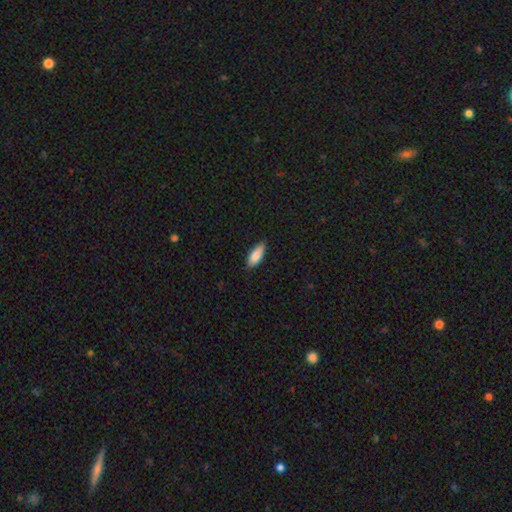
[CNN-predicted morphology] Smooth or featured? Predicted: smooth (p=0.85). How rounded? Predicted: in between (p=0.74). Merging? Predicted: none (p=0.81).